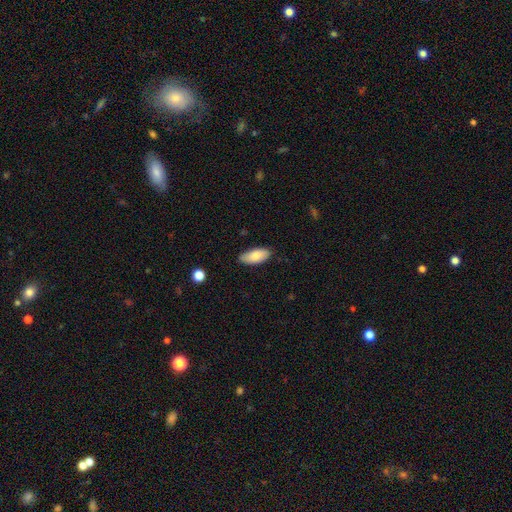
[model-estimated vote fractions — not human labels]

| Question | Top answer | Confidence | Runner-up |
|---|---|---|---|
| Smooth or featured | smooth | 84% | featured or disk (10%) |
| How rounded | in between | 89% | cigar-shaped (9%) |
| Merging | none | 83% | minor disturbance (14%) |